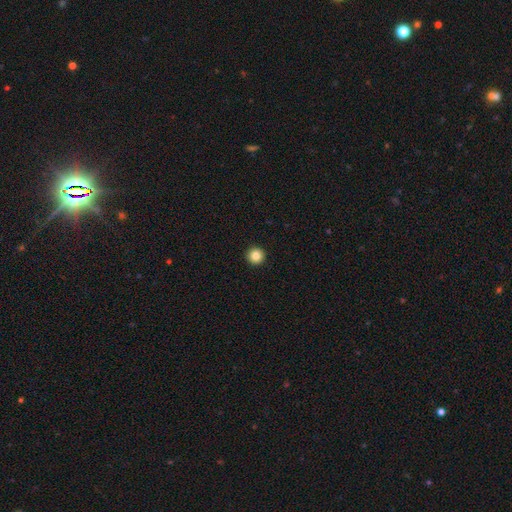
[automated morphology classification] Smooth or featured? smooth (85%)
How rounded? round (96%)
Merging? none (94%)